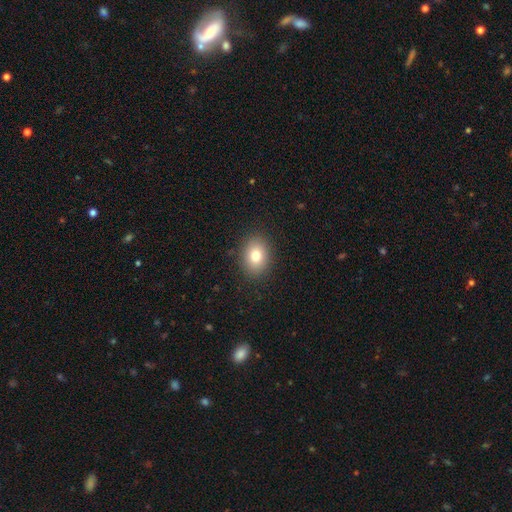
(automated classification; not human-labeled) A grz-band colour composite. It shows a smooth galaxy with no disk features (79%) that is in between round and cigar-shaped (59%). Merging: none (89%).